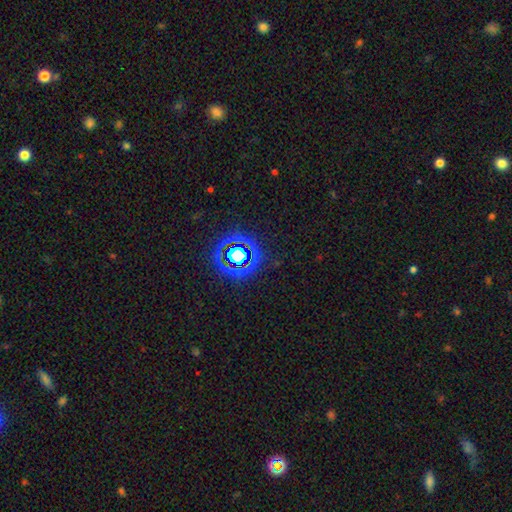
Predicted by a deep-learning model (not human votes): smooth_or_featured: star or artifact (p=0.76) [alt: smooth p=0.16]